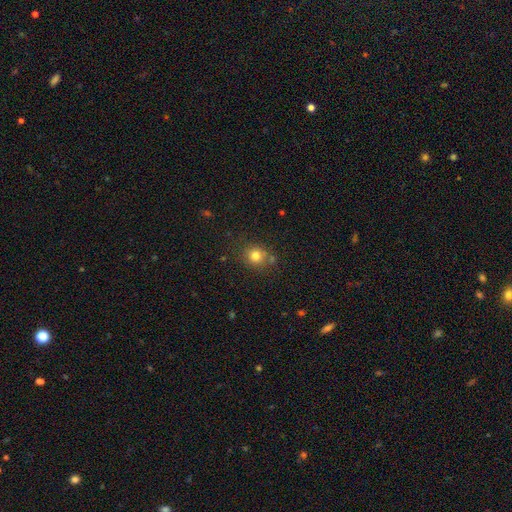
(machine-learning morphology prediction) Smooth or featured?
  - smooth: 79% *
  - star or artifact: 14%
  - featured or disk: 7%
How rounded?
  - round: 83% *
  - in between: 16%
  - cigar-shaped: 1%
Merging?
  - none: 77% *
  - minor disturbance: 12%
  - merger: 8%
  - major disturbance: 3%